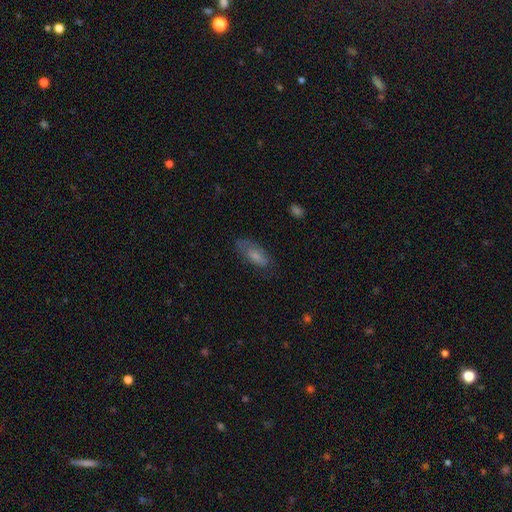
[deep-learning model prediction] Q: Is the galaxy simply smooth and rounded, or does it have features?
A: smooth — 67%.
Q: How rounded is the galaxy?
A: in between — 76%.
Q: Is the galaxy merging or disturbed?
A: none — 63%.